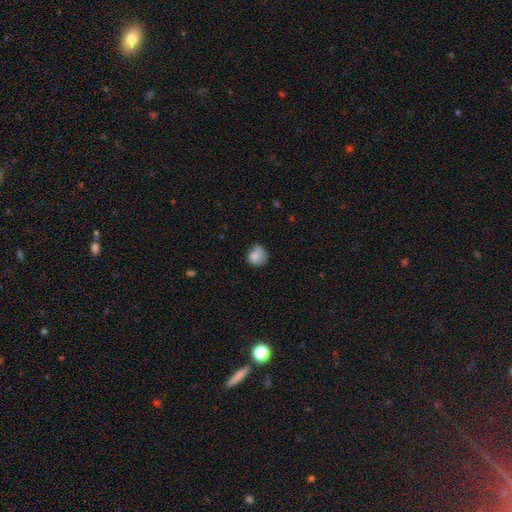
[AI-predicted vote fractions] smooth-or-featured: smooth: 80% | featured or disk: 10% | star or artifact: 9%
  how-rounded: round: 79% | in between: 20% | cigar-shaped: 1%
  merging: none: 51% | minor disturbance: 28% | major disturbance: 11% | merger: 9%